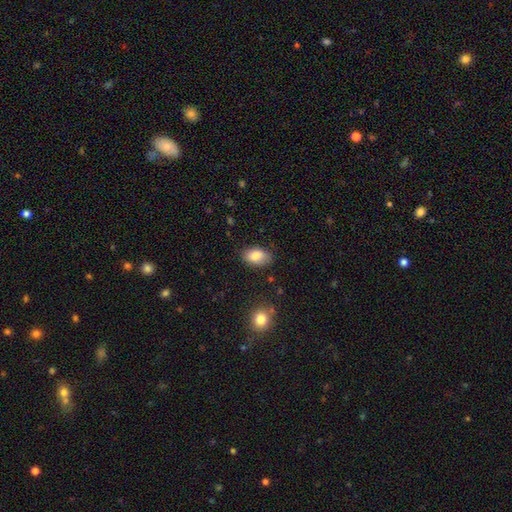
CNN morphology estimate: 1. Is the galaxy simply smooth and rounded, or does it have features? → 83% smooth, 9% featured or disk, 7% star or artifact.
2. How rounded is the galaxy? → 91% in between, 8% round, 2% cigar-shaped.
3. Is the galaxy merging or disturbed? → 82% none, 14% minor disturbance, 3% major disturbance, 2% merger.